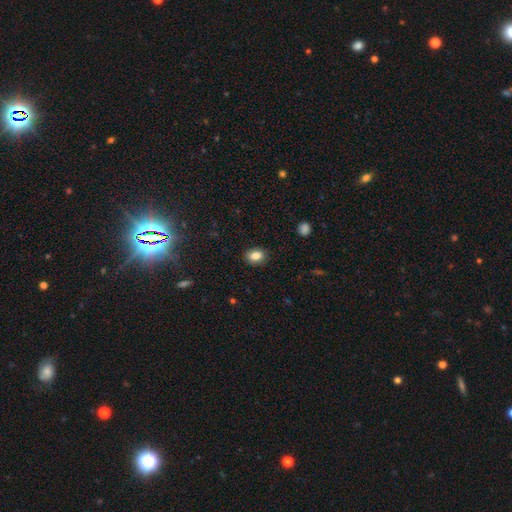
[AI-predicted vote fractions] This appears to be a smooth galaxy with no disk features (82%) that is in between round and cigar-shaped (66%). Merging: none (87%).